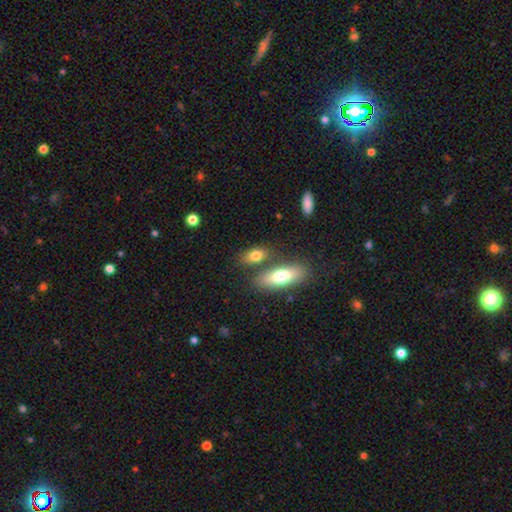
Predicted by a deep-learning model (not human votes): Smooth or featured?
  - smooth: 77% *
  - featured or disk: 14%
  - star or artifact: 8%
How rounded?
  - in between: 78% *
  - cigar-shaped: 12%
  - round: 10%
Merging?
  - none: 65% *
  - merger: 19%
  - minor disturbance: 12%
  - major disturbance: 4%